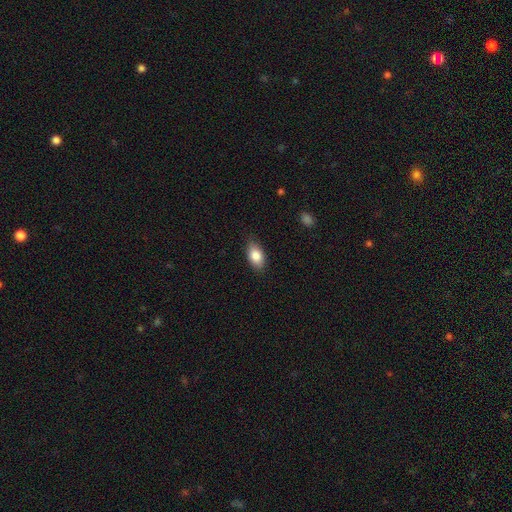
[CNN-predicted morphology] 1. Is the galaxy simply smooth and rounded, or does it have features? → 84% smooth, 9% featured or disk, 7% star or artifact.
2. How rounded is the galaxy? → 91% in between, 6% round, 3% cigar-shaped.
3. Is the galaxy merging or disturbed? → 85% none, 12% minor disturbance, 2% major disturbance, 1% merger.